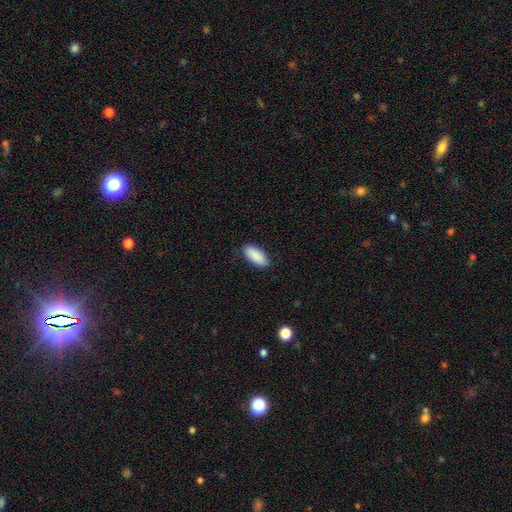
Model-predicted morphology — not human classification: Overall: smooth (90%). How rounded: in between (89%). Merging: none (86%).